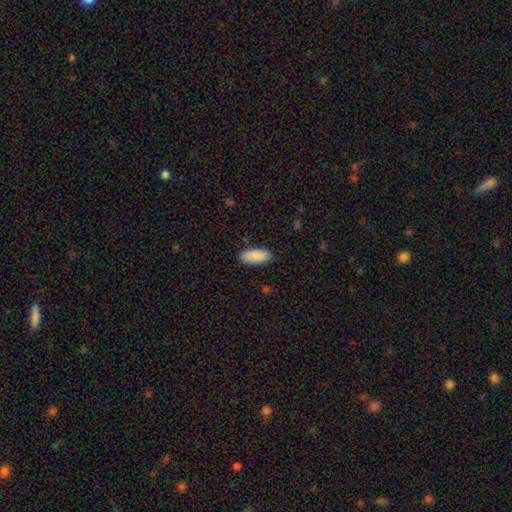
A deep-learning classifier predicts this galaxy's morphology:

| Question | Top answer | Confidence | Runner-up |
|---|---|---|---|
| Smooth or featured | smooth | 90% | star or artifact (6%) |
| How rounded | in between | 90% | cigar-shaped (9%) |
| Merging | none | 86% | minor disturbance (11%) |